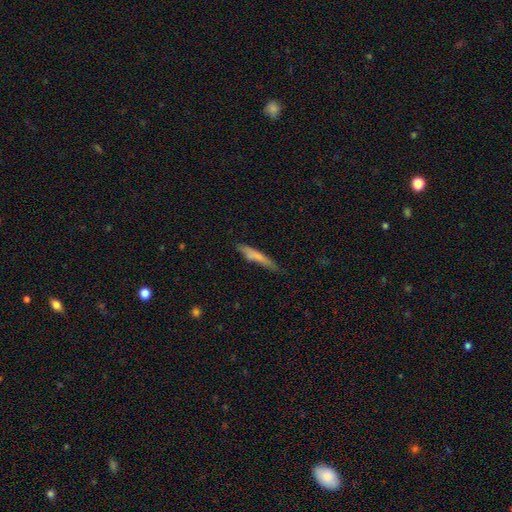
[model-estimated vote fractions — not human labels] This appears to be a smooth galaxy with no disk features (69%) that is cigar-shaped (93%). Merging: none (72%).